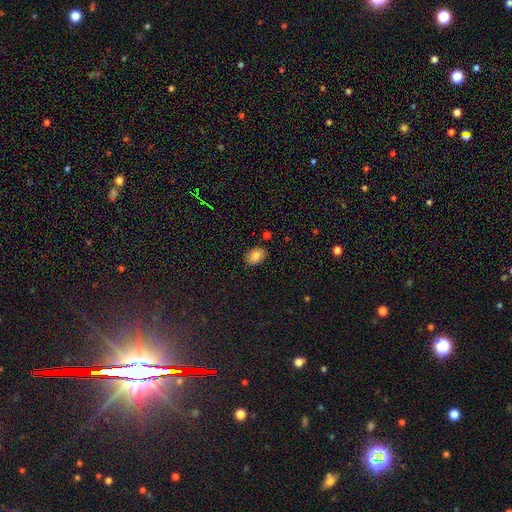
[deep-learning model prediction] Overall: smooth (82%). How rounded: in between (81%). Merging: none (85%).